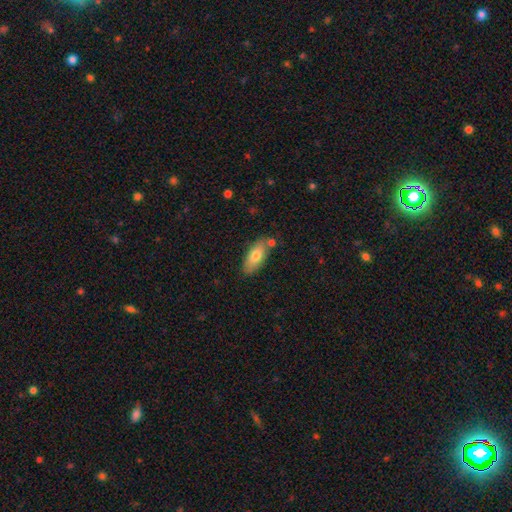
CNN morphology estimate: smooth_or_featured: smooth (p=0.74) [alt: featured or disk p=0.19]
how_rounded: in between (p=0.82) [alt: cigar-shaped p=0.15]
merging: none (p=0.75) [alt: minor disturbance p=0.14]